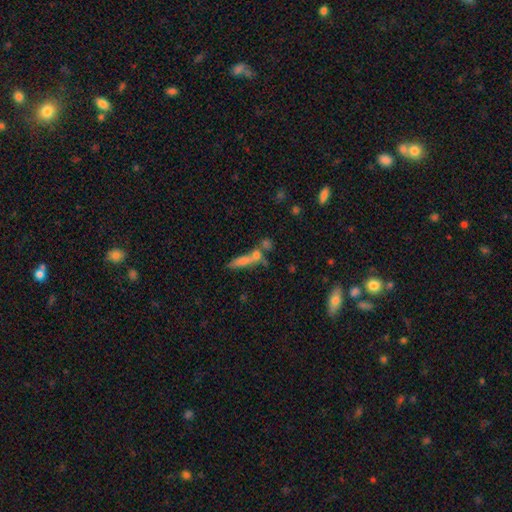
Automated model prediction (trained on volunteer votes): smooth_or_featured: smooth (p=0.60) [alt: featured or disk p=0.27]
how_rounded: cigar-shaped (p=0.61) [alt: in between p=0.29]
merging: merger (p=0.41) [alt: none p=0.39]